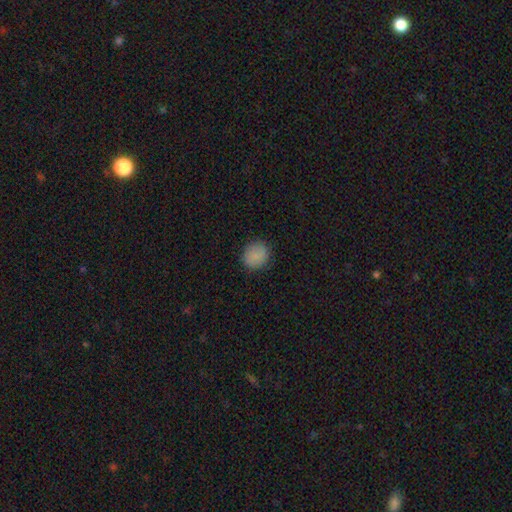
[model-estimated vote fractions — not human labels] A smooth galaxy with no disk features (85%) that is round (82%).

Vote fractions:
- Smooth or featured? smooth: 85% / star or artifact: 9% / featured or disk: 6%
- How rounded? round: 82% / in between: 17% / cigar-shaped: 1%
- Merging? none: 86% / minor disturbance: 10% / major disturbance: 3% / merger: 1%